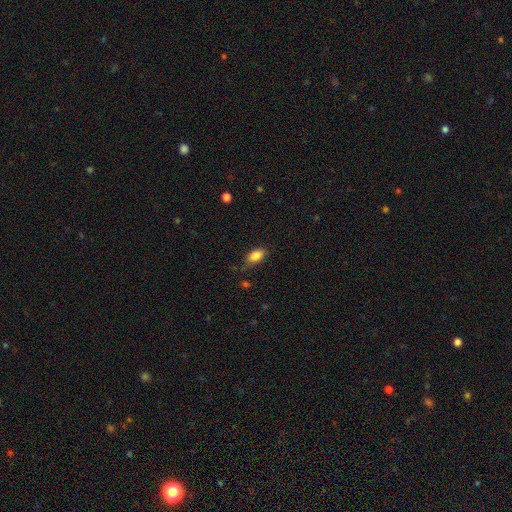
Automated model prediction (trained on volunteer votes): This is clearly a smooth galaxy (84%). How rounded: clearly in between (89%). Merging: likely none (70%).